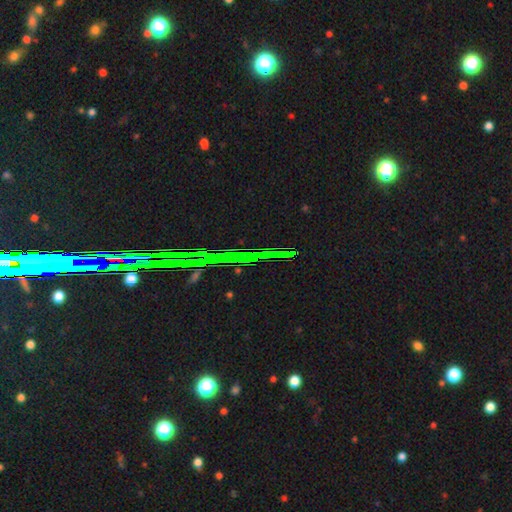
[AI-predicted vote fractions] smooth_or_featured: star or artifact (p=0.81) [alt: featured or disk p=0.10]